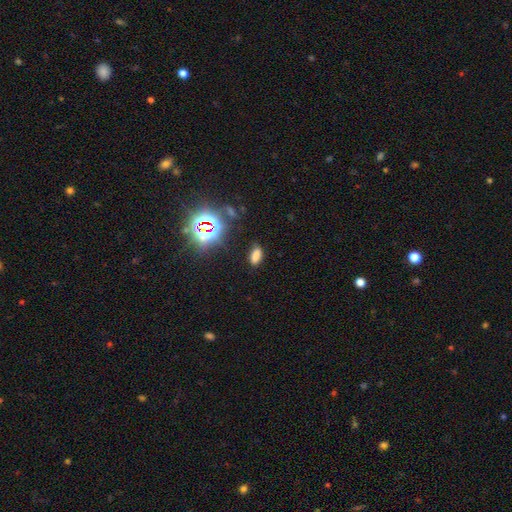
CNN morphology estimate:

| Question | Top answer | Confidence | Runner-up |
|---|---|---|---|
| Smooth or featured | smooth | 68% | star or artifact (25%) |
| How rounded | in between | 84% | cigar-shaped (11%) |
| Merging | none | 79% | minor disturbance (13%) |